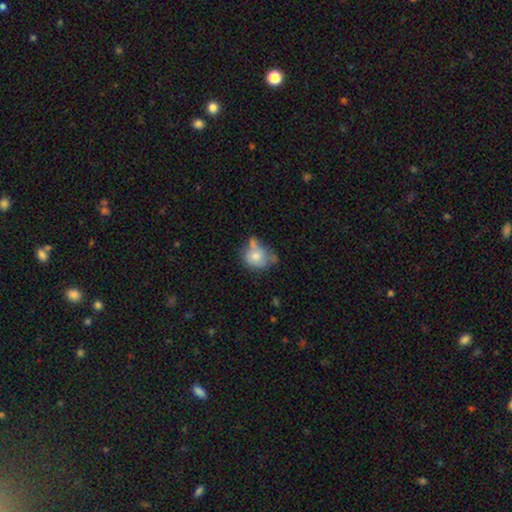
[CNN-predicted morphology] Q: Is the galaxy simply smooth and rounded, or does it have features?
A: smooth — 67%.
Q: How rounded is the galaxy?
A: round — 54%.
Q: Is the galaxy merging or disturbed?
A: none — 30%.